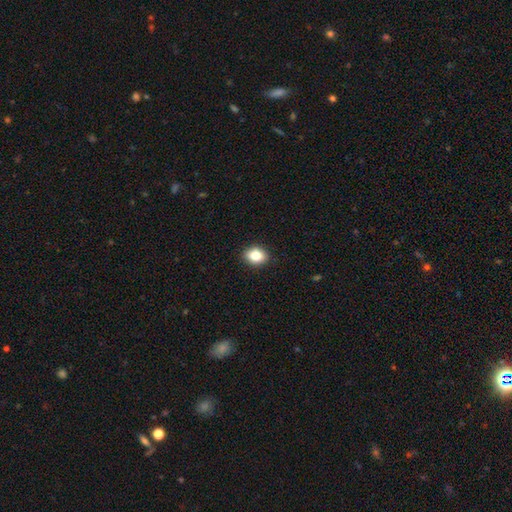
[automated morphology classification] This is clearly a smooth galaxy (82%). How rounded: possibly in between (58%). Merging: clearly none (89%).